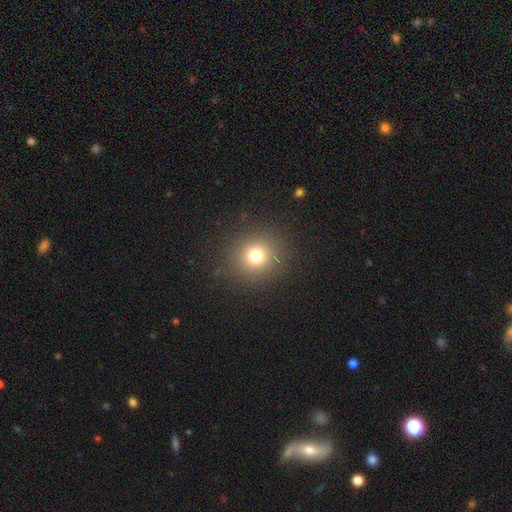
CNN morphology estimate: Q: Smooth or featured?
A: smooth (75%); runner-up: star or artifact (16%)
Q: How rounded?
A: round (88%); runner-up: in between (11%)
Q: Merging?
A: none (89%); runner-up: minor disturbance (7%)